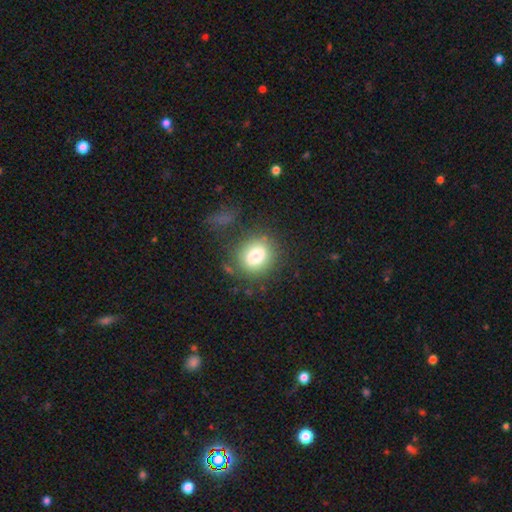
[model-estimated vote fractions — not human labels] A smooth galaxy with no disk features (79%) that is round (61%).

Vote fractions:
- Smooth or featured? smooth: 79% / featured or disk: 12% / star or artifact: 9%
- How rounded? round: 61% / in between: 38% / cigar-shaped: 1%
- Merging? none: 73% / minor disturbance: 14% / major disturbance: 8% / merger: 5%